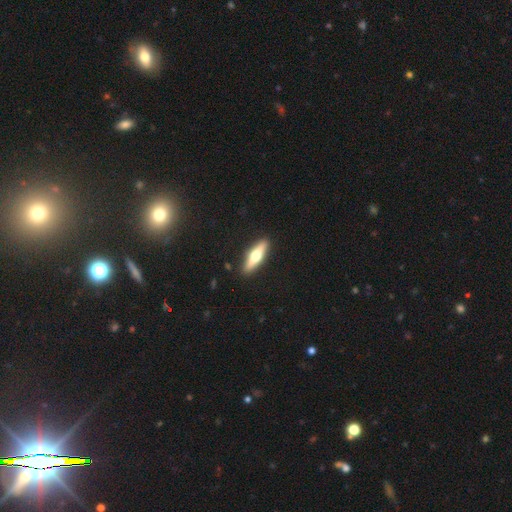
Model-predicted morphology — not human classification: Smooth or featured?
  - smooth: 48% *
  - featured or disk: 47%
  - star or artifact: 5%
Merging?
  - none: 90% *
  - minor disturbance: 7%
  - major disturbance: 2%
  - merger: 1%